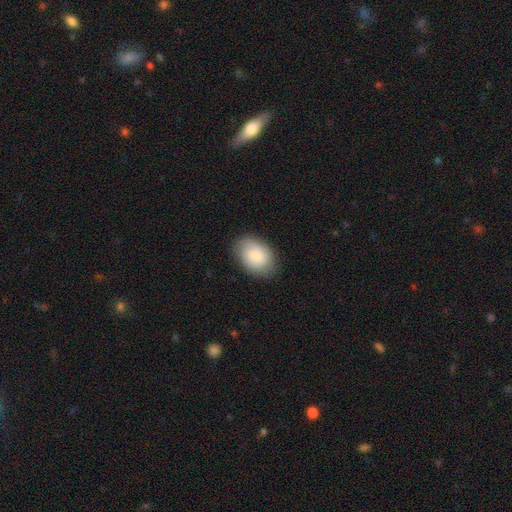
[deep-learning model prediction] A smooth galaxy with no disk features (74%) that is in between round and cigar-shaped (81%). Merging: none (81%).